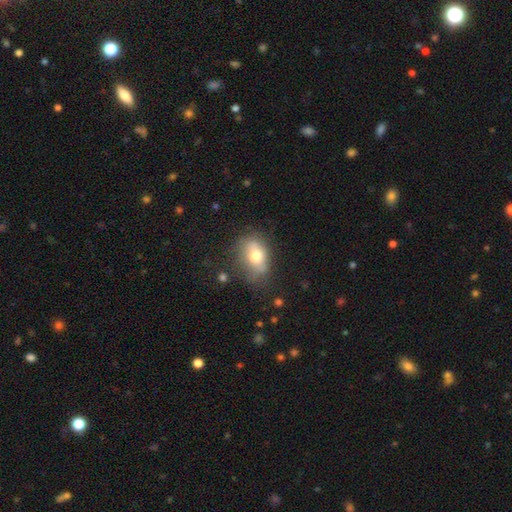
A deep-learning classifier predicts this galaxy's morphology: smooth-or-featured: smooth: 70% | featured or disk: 21% | star or artifact: 9%
  how-rounded: in between: 76% | round: 23% | cigar-shaped: 2%
  merging: none: 61% | minor disturbance: 25% | major disturbance: 10% | merger: 3%